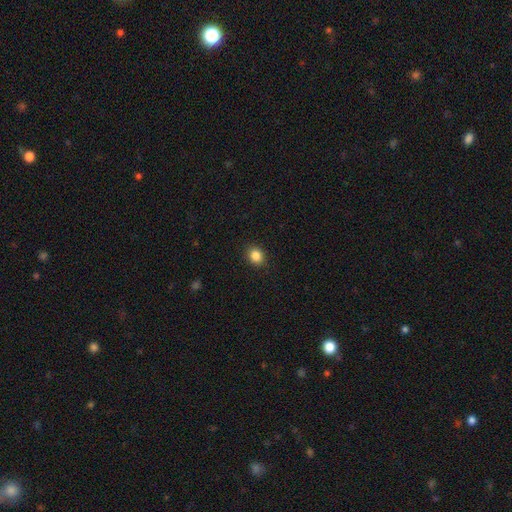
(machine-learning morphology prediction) This appears to be a smooth galaxy with no disk features (85%) that is round (66%). Merging: none (91%).